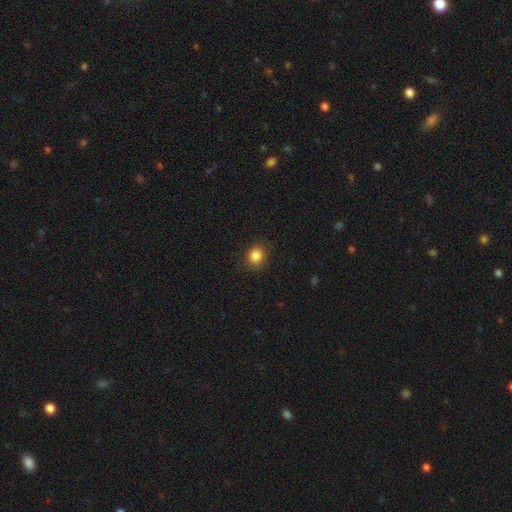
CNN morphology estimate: A smooth galaxy with no disk features (86%) that is round (73%). Merging: none (86%).